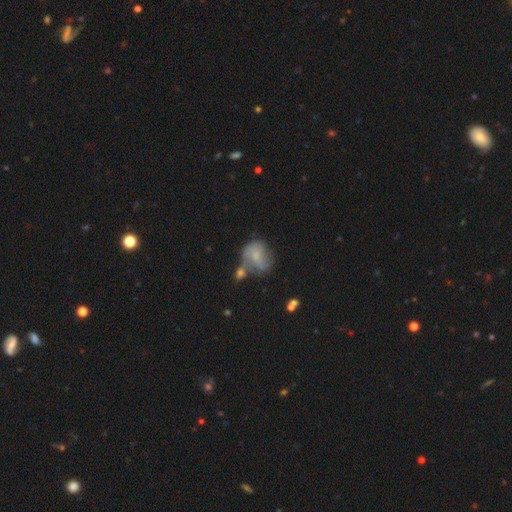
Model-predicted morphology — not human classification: Smooth or featured?
  - featured or disk: 47% *
  - smooth: 43%
  - star or artifact: 10%
Merging?
  - none: 33% *
  - merger: 26%
  - minor disturbance: 22%
  - major disturbance: 19%